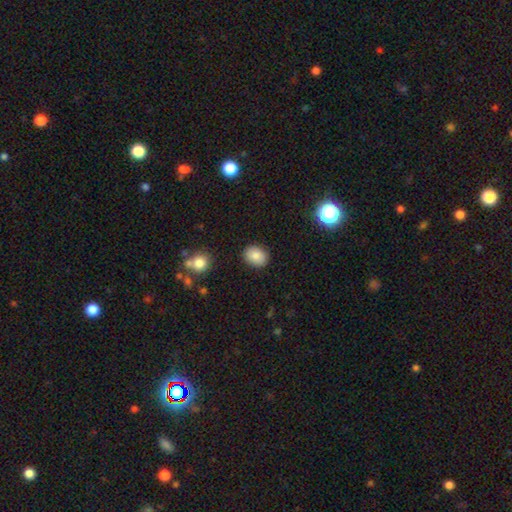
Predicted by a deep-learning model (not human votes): Smooth or featured? Predicted: smooth (p=0.84). How rounded? Predicted: in between (p=0.53). Merging? Predicted: none (p=0.88).